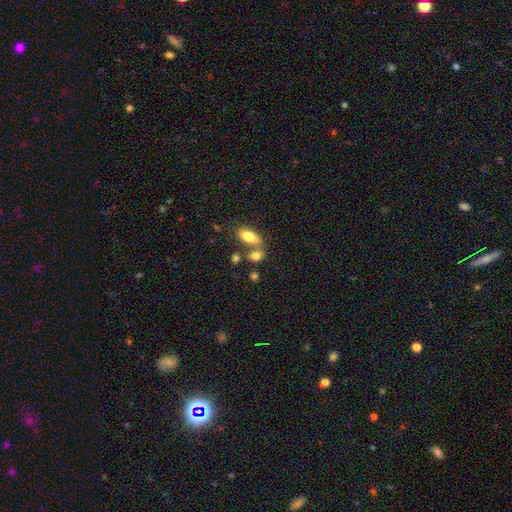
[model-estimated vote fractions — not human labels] smooth-or-featured: smooth: 77% | featured or disk: 14% | star or artifact: 9%
  how-rounded: in between: 71% | round: 21% | cigar-shaped: 8%
  merging: none: 43% | merger: 42% | minor disturbance: 10% | major disturbance: 5%